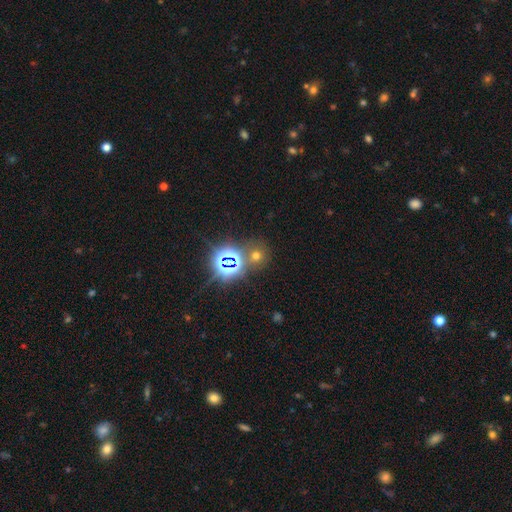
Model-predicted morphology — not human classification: Q: Smooth or featured?
A: smooth (46%); tied with: star or artifact (46%)
Q: Merging?
A: none (72%); runner-up: merger (15%)